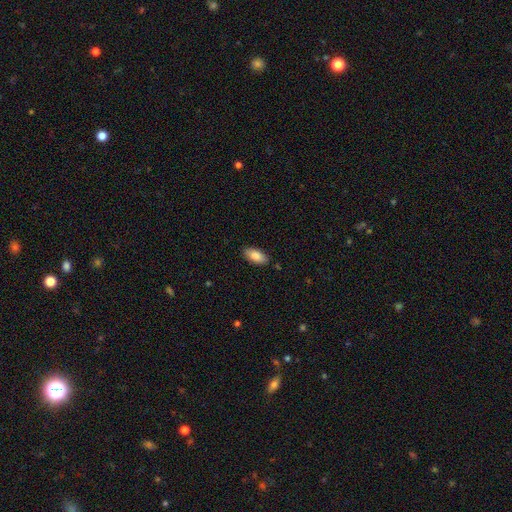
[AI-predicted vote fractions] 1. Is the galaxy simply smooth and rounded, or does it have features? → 87% smooth, 7% featured or disk, 6% star or artifact.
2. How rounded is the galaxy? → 91% in between, 6% cigar-shaped, 2% round.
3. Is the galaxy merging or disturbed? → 86% none, 10% minor disturbance, 2% major disturbance, 1% merger.